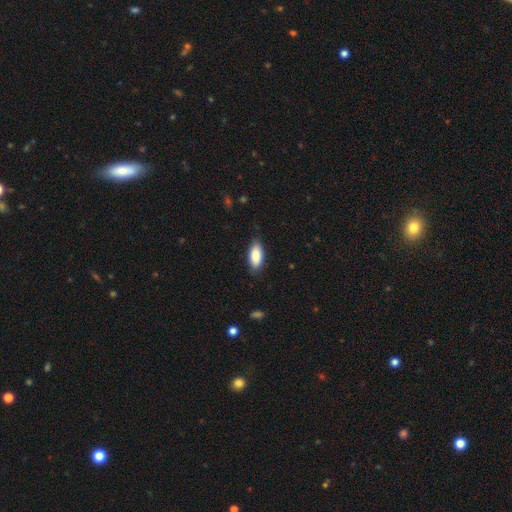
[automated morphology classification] The model was most divided on "merging": none: 79%, minor disturbance: 17%, major disturbance: 3%, merger: 1%. More confident: how rounded — in between (88%); smooth or featured — smooth (87%).